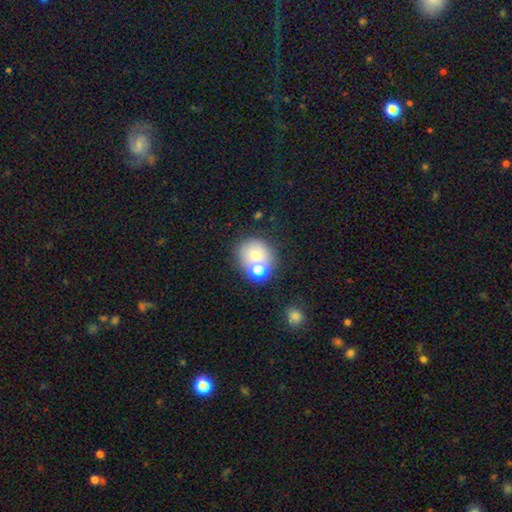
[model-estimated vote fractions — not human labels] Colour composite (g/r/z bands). It shows a smooth galaxy with no disk features (67%) that is round (83%). Merging: none (48%).